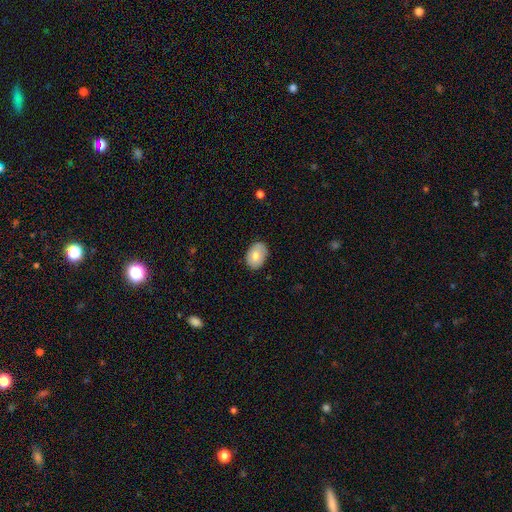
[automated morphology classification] type=smooth (76%); roundness=in between (79%); merging=none (81%).